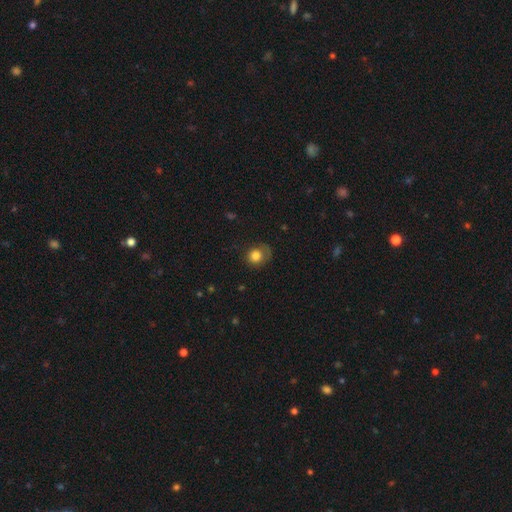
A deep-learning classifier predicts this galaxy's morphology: This is likely a smooth galaxy (79%). How rounded: likely round (76%). Merging: possibly none (57%).